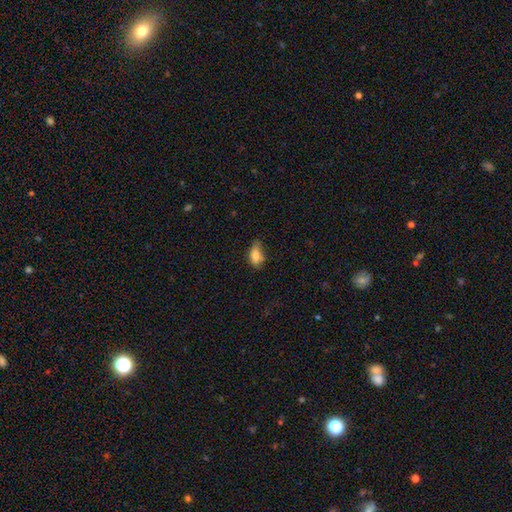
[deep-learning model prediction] Q: Smooth or featured?
A: smooth (82%); runner-up: featured or disk (9%)
Q: How rounded?
A: in between (88%); runner-up: cigar-shaped (7%)
Q: Merging?
A: none (56%); runner-up: minor disturbance (33%)